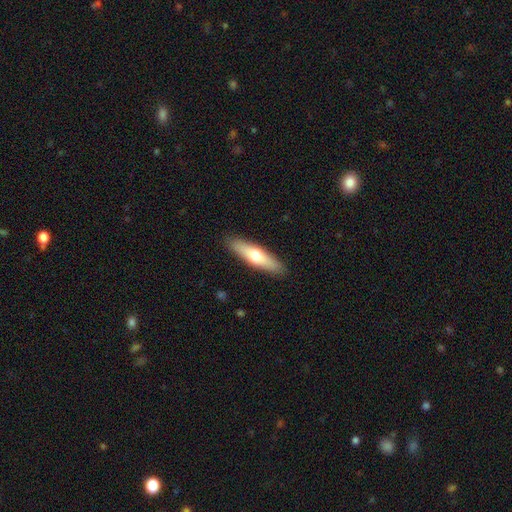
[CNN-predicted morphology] Q: Smooth or featured?
A: smooth (59%); runner-up: featured or disk (36%)
Q: How rounded?
A: cigar-shaped (71%); runner-up: in between (27%)
Q: Merging?
A: none (90%); runner-up: minor disturbance (7%)